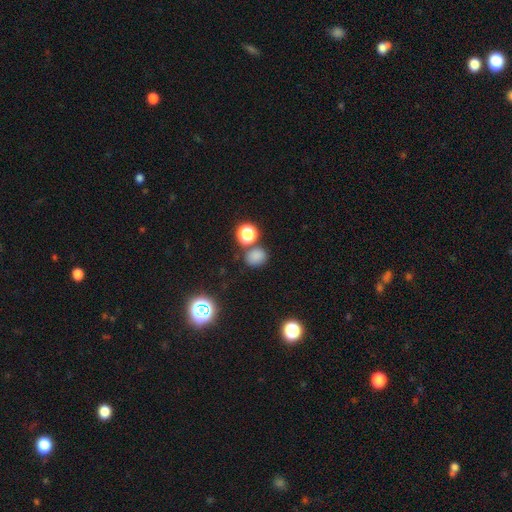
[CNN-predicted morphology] type=smooth (77%); roundness=round (56%); merging=none (70%).